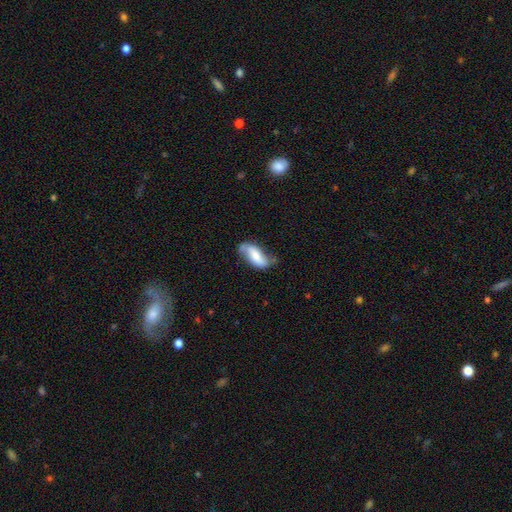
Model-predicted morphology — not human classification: A smooth galaxy with no disk features (50%). Merging: none (51%).